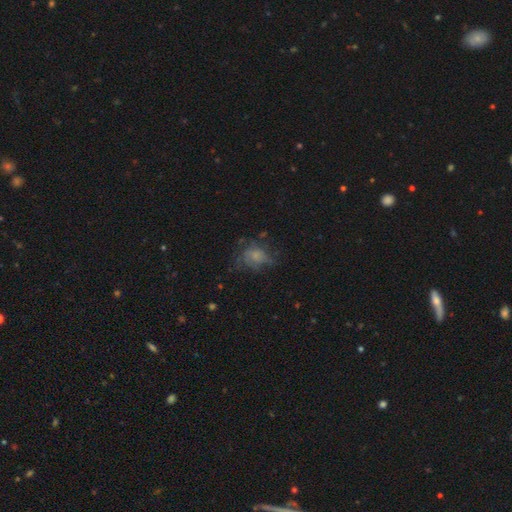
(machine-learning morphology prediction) smooth 50%, featured or disk 35%, star or artifact 15%. Down the decision tree: merging — none (42%).